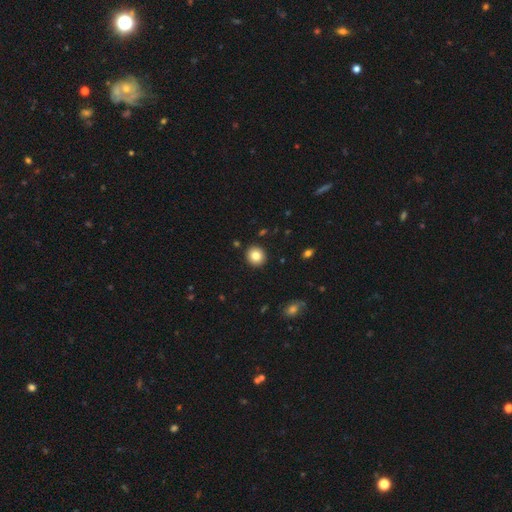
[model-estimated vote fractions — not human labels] smooth-or-featured: smooth: 83% | star or artifact: 10% | featured or disk: 7%
  how-rounded: round: 89% | in between: 10% | cigar-shaped: 1%
  merging: none: 92% | minor disturbance: 5% | major disturbance: 2% | merger: 1%